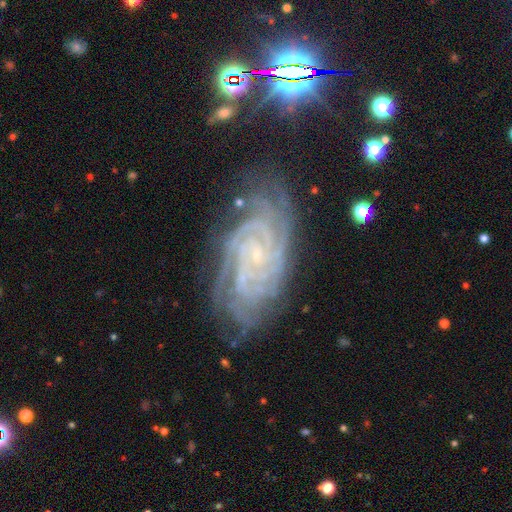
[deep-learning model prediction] Smooth or featured?
  - featured or disk: 89% *
  - star or artifact: 7%
  - smooth: 4%
Edge-on disk?
  - no: 97% *
  - yes: 3%
Bar?
  - no: 66% *
  - weak: 24%
  - strong: 10%
Spiral arms?
  - yes: 99% *
  - no: 1%
Spiral winding?
  - tight: 81% *
  - medium: 17%
  - loose: 2%
Spiral arm count?
  - 4: 28% *
  - more than 4: 18%
  - can't tell: 17%
  - 3: 17%
  - 2: 13%
  - 1: 8%
Bulge size?
  - small: 86% *
  - moderate: 8%
  - none: 3%
  - large: 1%
  - dominant: 1%
Merging?
  - none: 74% *
  - minor disturbance: 18%
  - major disturbance: 6%
  - merger: 2%